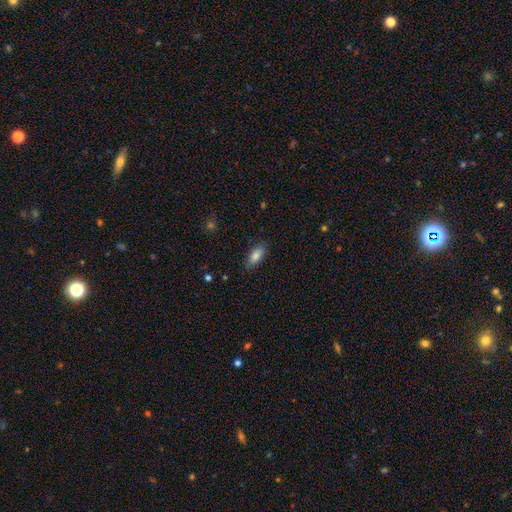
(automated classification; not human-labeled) Smooth or featured? smooth (85%)
How rounded? in between (81%)
Merging? none (84%)